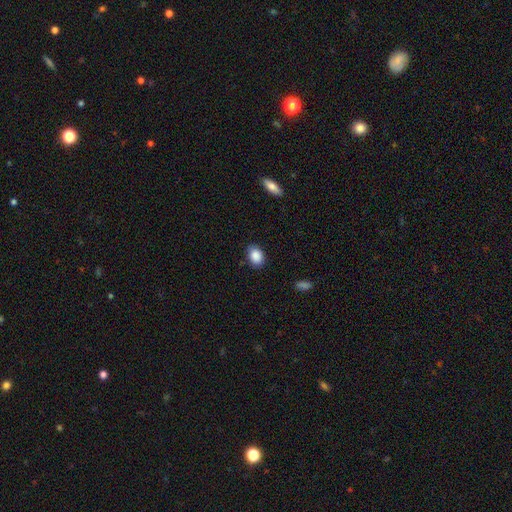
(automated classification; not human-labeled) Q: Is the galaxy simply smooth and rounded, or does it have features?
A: smooth — 88%.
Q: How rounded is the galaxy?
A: in between — 76%.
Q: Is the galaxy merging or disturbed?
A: none — 83%.